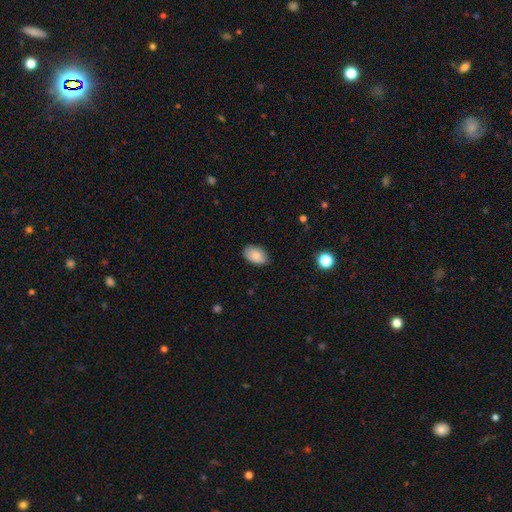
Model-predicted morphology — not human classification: A smooth galaxy with no disk features (85%) that is in between round and cigar-shaped (88%).

Vote fractions:
- Smooth or featured? smooth: 85% / featured or disk: 8% / star or artifact: 7%
- How rounded? in between: 88% / round: 11% / cigar-shaped: 1%
- Merging? none: 84% / minor disturbance: 13% / major disturbance: 2% / merger: 1%